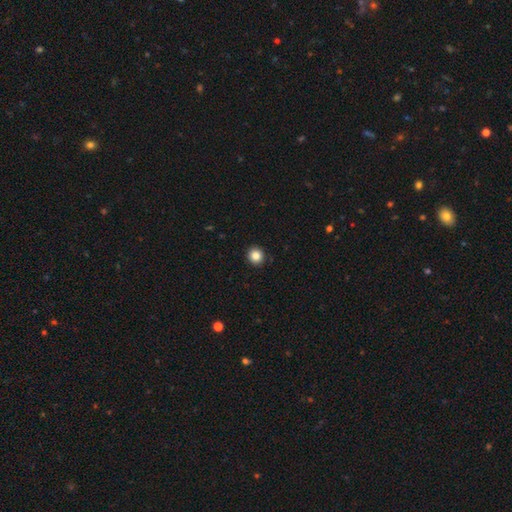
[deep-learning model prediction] Smooth or featured?
  - smooth: 85% *
  - star or artifact: 10%
  - featured or disk: 5%
How rounded?
  - round: 91% *
  - in between: 8%
  - cigar-shaped: 1%
Merging?
  - none: 92% *
  - minor disturbance: 5%
  - major disturbance: 2%
  - merger: 1%